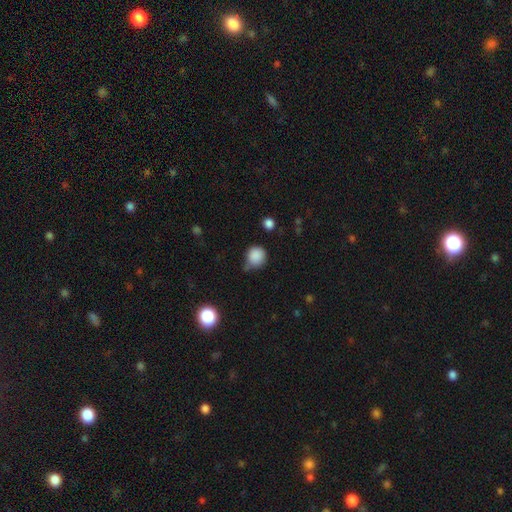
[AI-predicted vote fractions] A smooth galaxy with no disk features (86%) that is round (86%). Merging: none (53%).